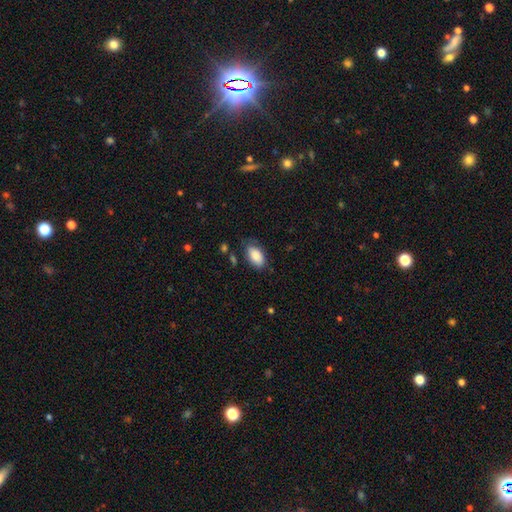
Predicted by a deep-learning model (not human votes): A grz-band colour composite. It shows a smooth galaxy with no disk features (86%) that is in between round and cigar-shaped (94%). Merging: none (70%).